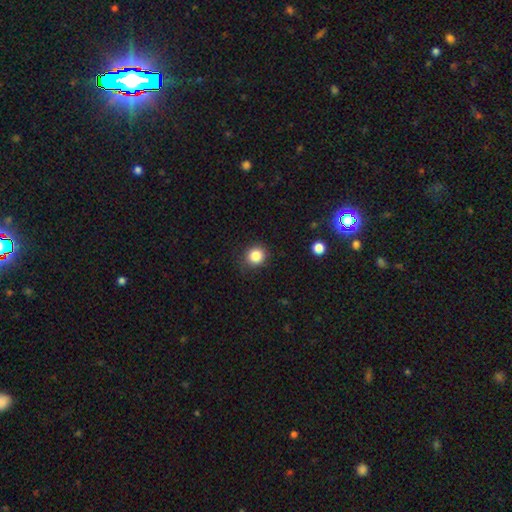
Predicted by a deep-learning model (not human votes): Overall: smooth (84%). How rounded: round (88%). Merging: none (85%).